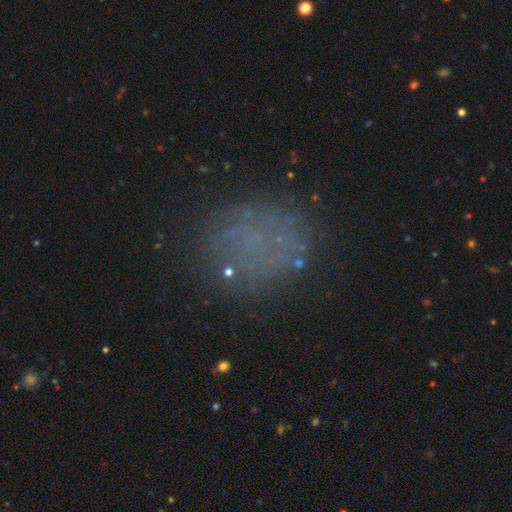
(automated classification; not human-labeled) This appears to be a smooth galaxy with no disk features (48%). Merging: none (75%).